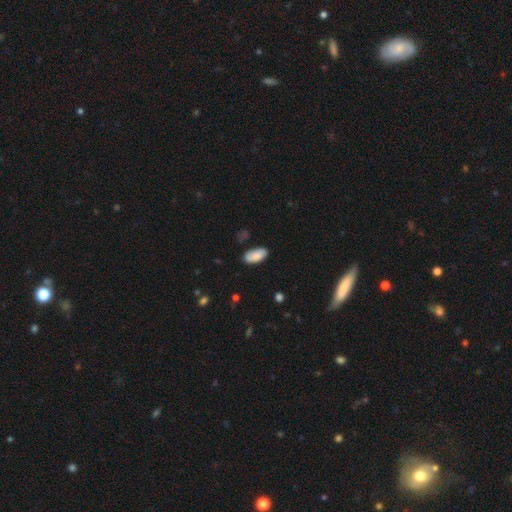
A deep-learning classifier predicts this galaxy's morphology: Smooth or featured: smooth — 81% (featured or disk — 12%)
How rounded: in between — 92% (cigar-shaped — 6%)
Merging: none — 76% (minor disturbance — 19%)